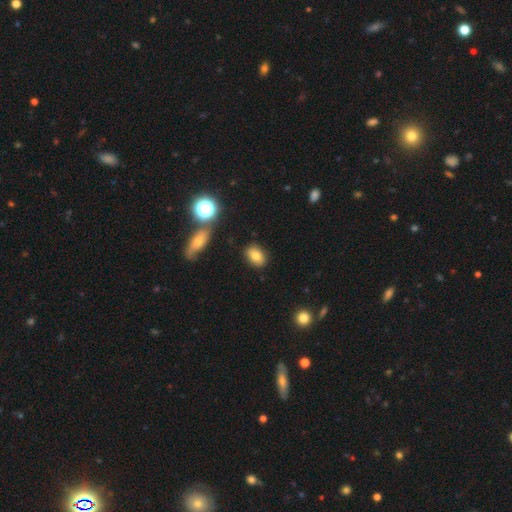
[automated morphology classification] The model was most divided on "how rounded": in between: 79%, round: 19%, cigar-shaped: 2%. More confident: merging — none (85%); smooth or featured — smooth (78%).